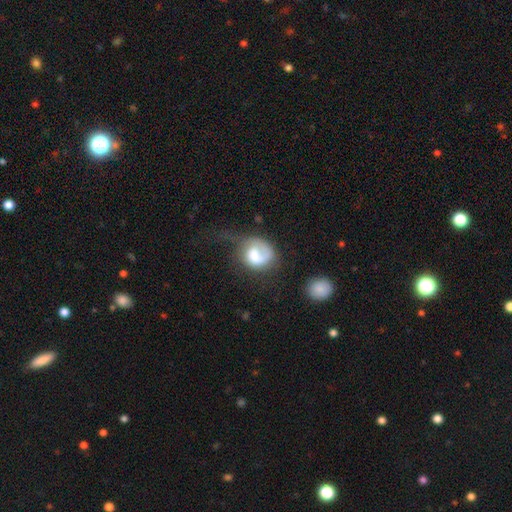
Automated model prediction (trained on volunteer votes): This appears to be a featured or disk galaxy (47%). Merging: major disturbance (41%).